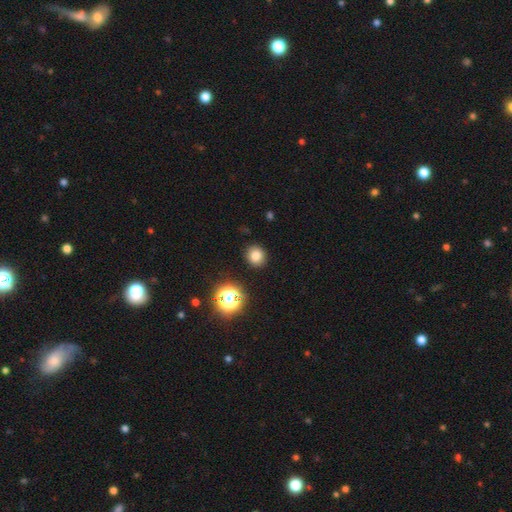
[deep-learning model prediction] Smooth or featured: smooth — 78% (star or artifact — 16%)
How rounded: round — 86% (in between — 13%)
Merging: none — 90% (minor disturbance — 6%)